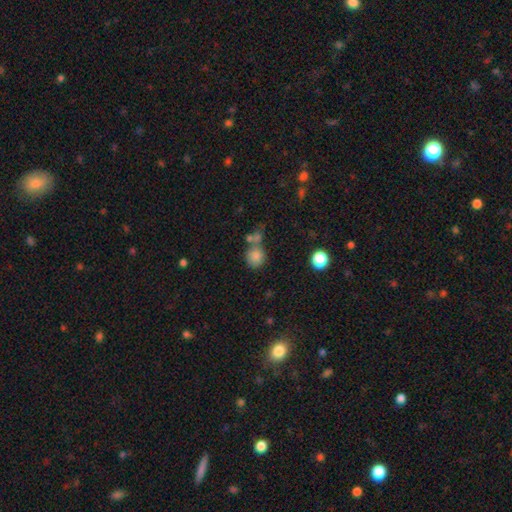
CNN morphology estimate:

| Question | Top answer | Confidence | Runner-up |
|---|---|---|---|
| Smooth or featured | smooth | 80% | star or artifact (12%) |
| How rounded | round | 85% | in between (14%) |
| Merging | none | 53% | merger (31%) |